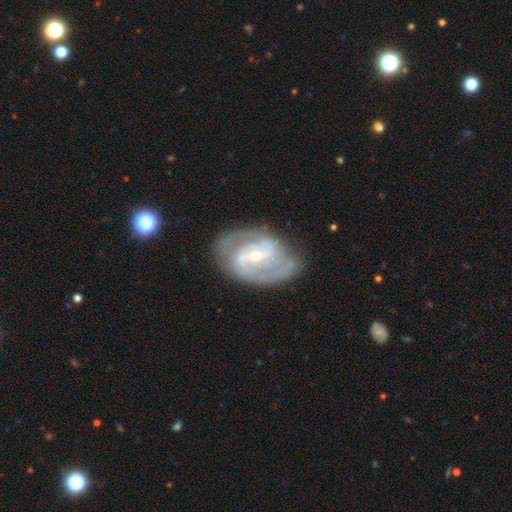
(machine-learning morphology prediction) This is clearly a featured or disk galaxy (87%). It is clearly not viewed edge-on (97%). Bar: marginally weak (44%). Spiral arm pattern: clearly yes (94%). Spiral arm count: likely 2 (71%). Spiral winding: possibly medium (48%). Central bulge: likely small (71%). Merging: likely none (72%).